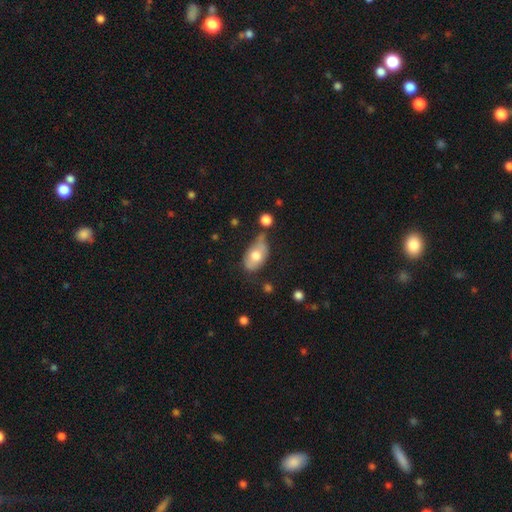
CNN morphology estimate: smooth_or_featured: smooth (p=0.66) [alt: featured or disk p=0.27]
how_rounded: in between (p=0.90) [alt: round p=0.07]
merging: none (p=0.37) [alt: minor disturbance p=0.34]